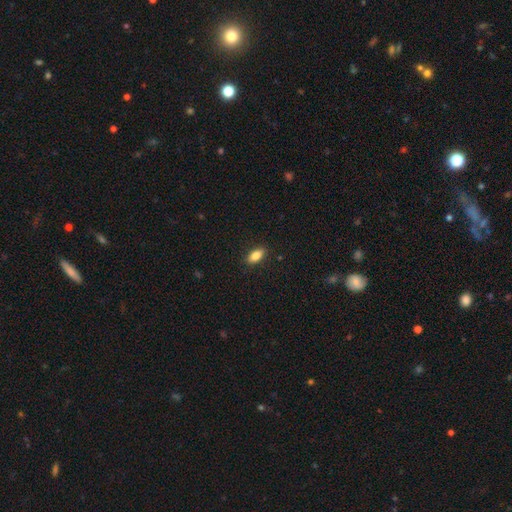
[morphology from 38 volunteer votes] smooth-or-featured: smooth: 95% | featured or disk: 3% | star or artifact: 3%
  how-rounded: in between: 94% | round: 6% | cigar-shaped: 0%
  merging: none: 97% | minor disturbance: 3% | major disturbance: 0% | merger: 0%